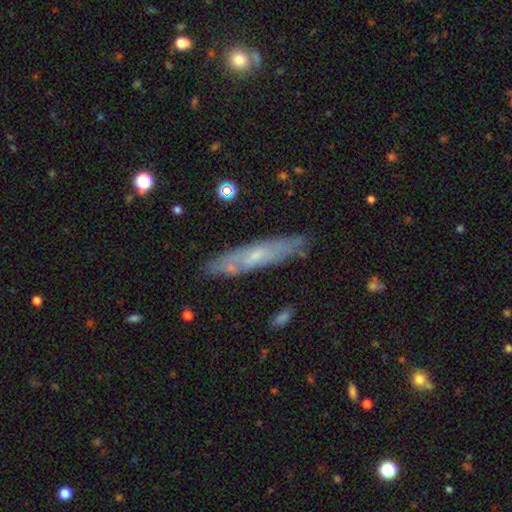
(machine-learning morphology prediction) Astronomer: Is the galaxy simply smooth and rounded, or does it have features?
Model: featured or disk — 52% (runner-up: smooth, 41%).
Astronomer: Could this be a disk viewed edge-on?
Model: yes — 61% (runner-up: no, 39%).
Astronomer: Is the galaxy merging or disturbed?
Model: none — 81%.